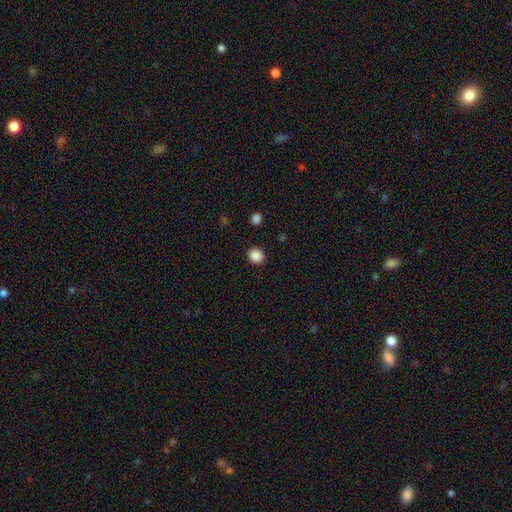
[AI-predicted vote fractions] Overall: smooth (87%). How rounded: round (91%). Merging: none (92%).